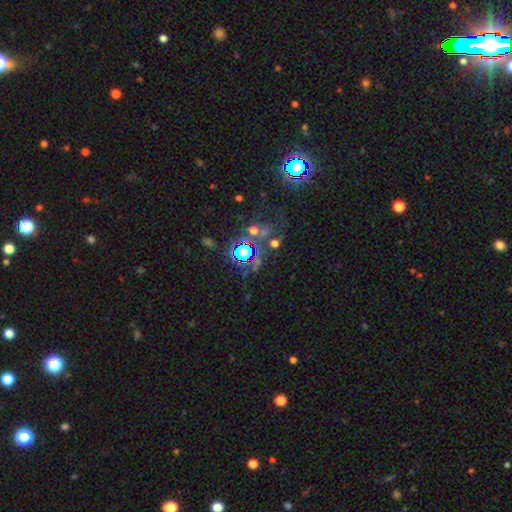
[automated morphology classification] smooth_or_featured: star or artifact (p=0.76) [alt: smooth p=0.15]